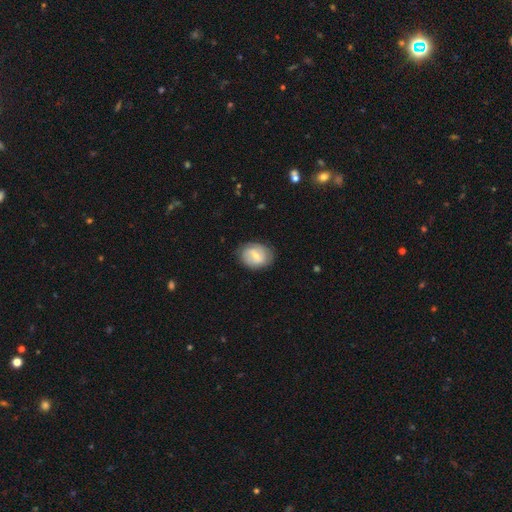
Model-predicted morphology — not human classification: A smooth galaxy with no disk features (47%). Merging: none (79%).